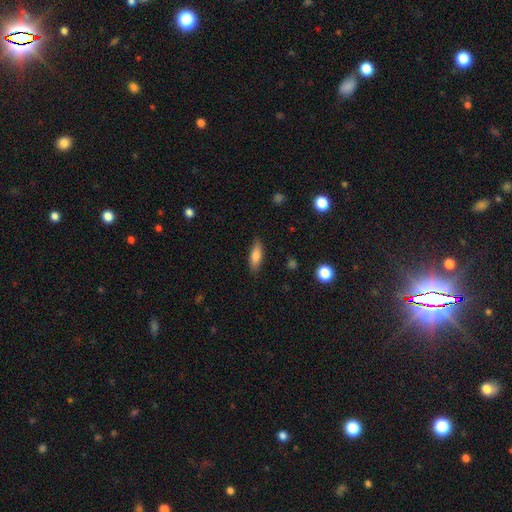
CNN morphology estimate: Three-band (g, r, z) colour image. It shows a smooth galaxy with no disk features (80%) that is in between round and cigar-shaped (61%). Merging: none (83%).